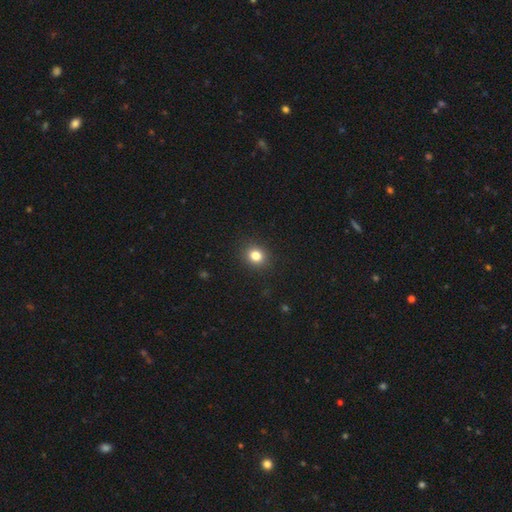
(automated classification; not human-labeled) This appears to be a smooth galaxy with no disk features (82%) that is round (73%). Merging: none (90%).